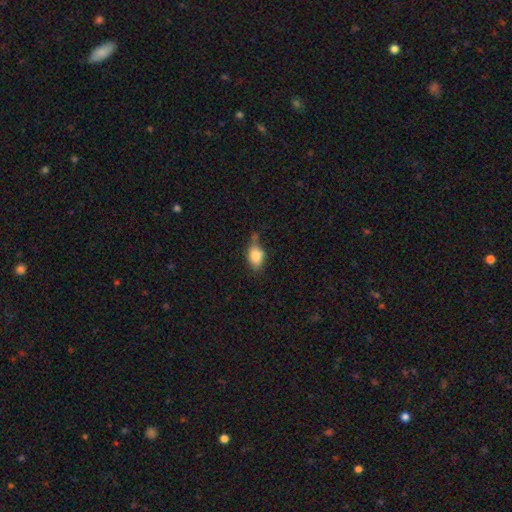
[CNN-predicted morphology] The model was most divided on "merging": none: 51%, minor disturbance: 32%, major disturbance: 9%, merger: 9%. More confident: how rounded — in between (83%); smooth or featured — smooth (80%).